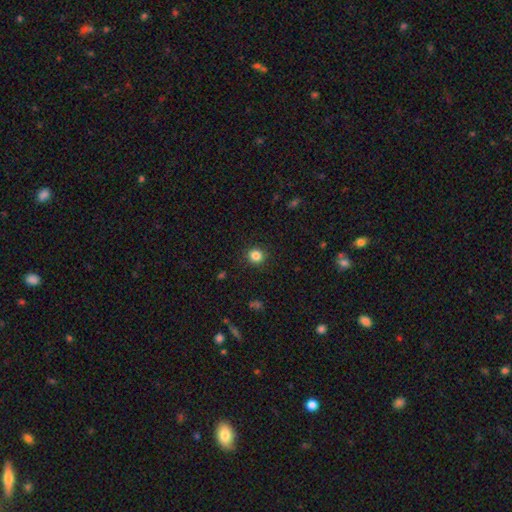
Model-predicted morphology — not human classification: This is clearly a smooth galaxy (85%). How rounded: clearly round (89%). Merging: clearly none (90%).